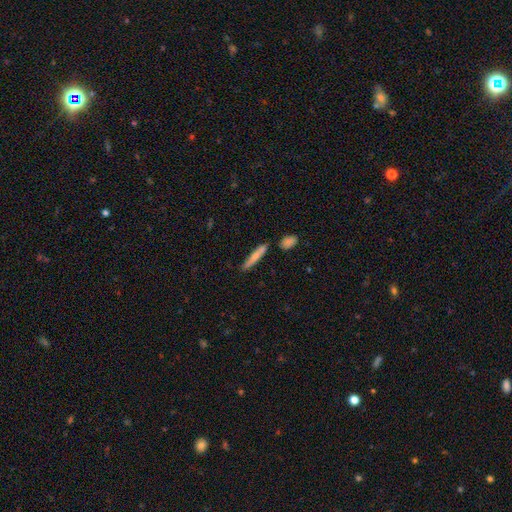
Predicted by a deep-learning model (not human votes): A smooth galaxy with no disk features (73%) that is cigar-shaped (92%). Merging: none (79%).